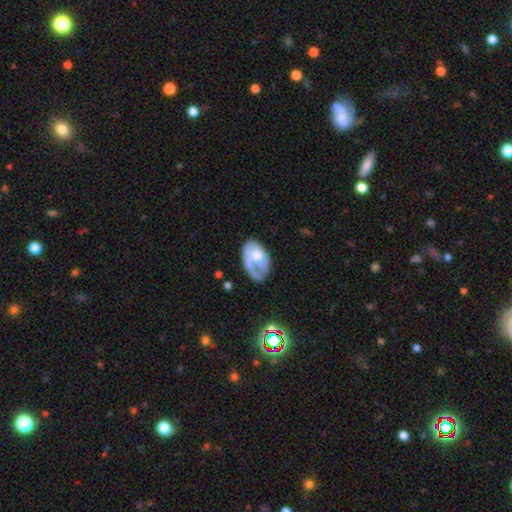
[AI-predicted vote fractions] Morphology: type=featured or disk (50%); merging=none (36%).